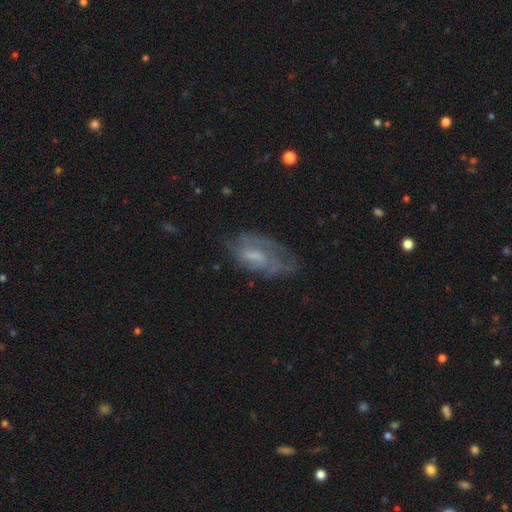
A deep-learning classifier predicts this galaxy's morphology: Q: Smooth or featured?
A: featured or disk (63%); runner-up: smooth (28%)
Q: Edge-on disk?
A: no (93%); runner-up: yes (7%)
Q: Bar?
A: weak (44%); tied with: no (44%)
Q: Spiral arms?
A: yes (75%); runner-up: no (25%)
Q: Bulge size?
A: none (38%); runner-up: moderate (28%)
Q: Merging?
A: none (50%); runner-up: minor disturbance (26%)